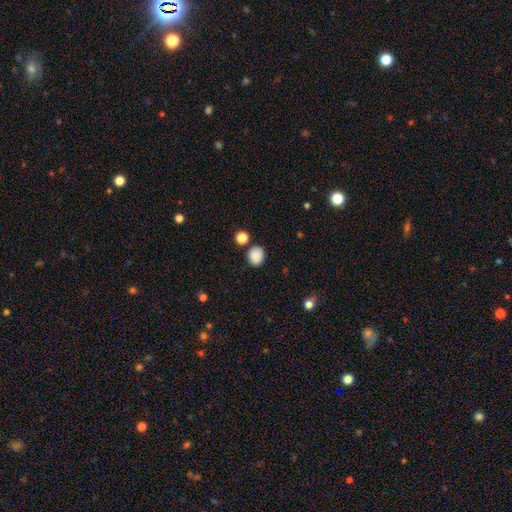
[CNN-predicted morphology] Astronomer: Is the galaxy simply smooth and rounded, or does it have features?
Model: smooth — 87%.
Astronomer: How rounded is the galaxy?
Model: round — 68%.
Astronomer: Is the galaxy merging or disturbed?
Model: none — 82%.